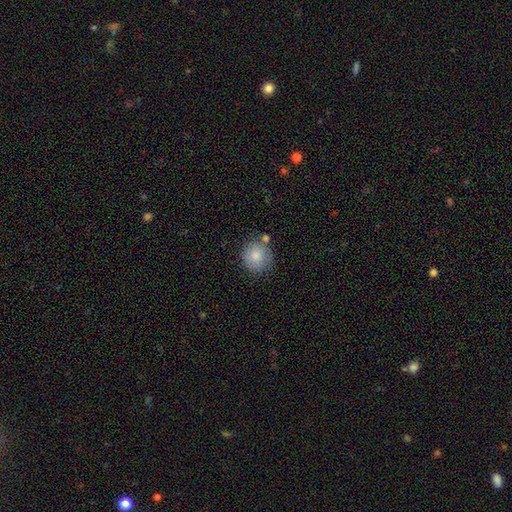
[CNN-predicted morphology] Smooth or featured? smooth (83%)
How rounded? round (88%)
Merging? none (72%)